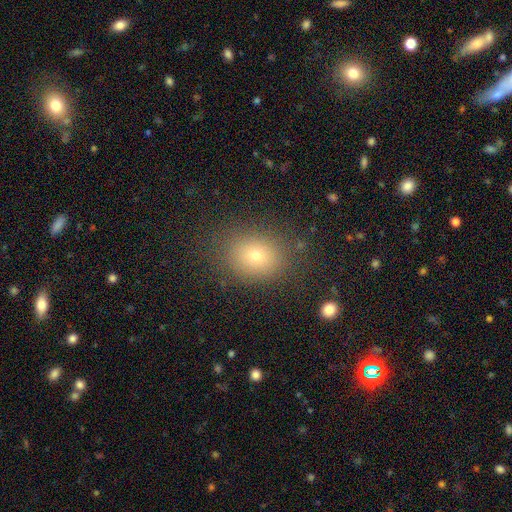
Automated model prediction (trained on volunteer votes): Smooth or featured? smooth (73%)
How rounded? round (51%)
Merging? none (82%)